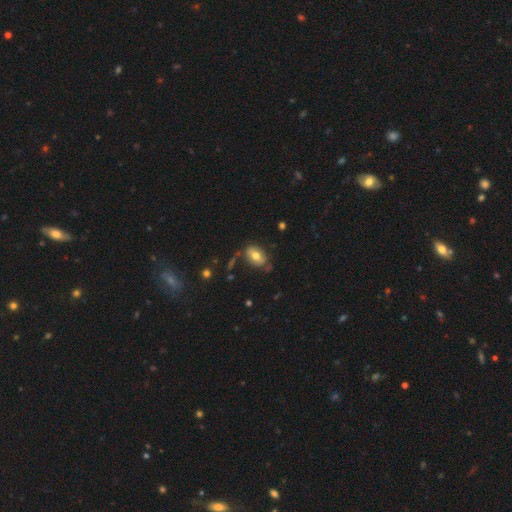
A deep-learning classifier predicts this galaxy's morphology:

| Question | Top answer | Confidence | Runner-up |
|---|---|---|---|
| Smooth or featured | smooth | 71% | featured or disk (21%) |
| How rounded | in between | 88% | round (10%) |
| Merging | none | 63% | minor disturbance (23%) |